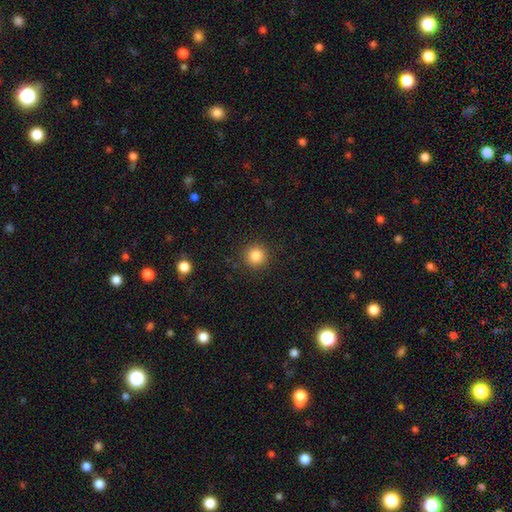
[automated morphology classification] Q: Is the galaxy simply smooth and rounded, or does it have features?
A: smooth — 85%.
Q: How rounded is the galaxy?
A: round — 95%.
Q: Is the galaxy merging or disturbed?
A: none — 91%.